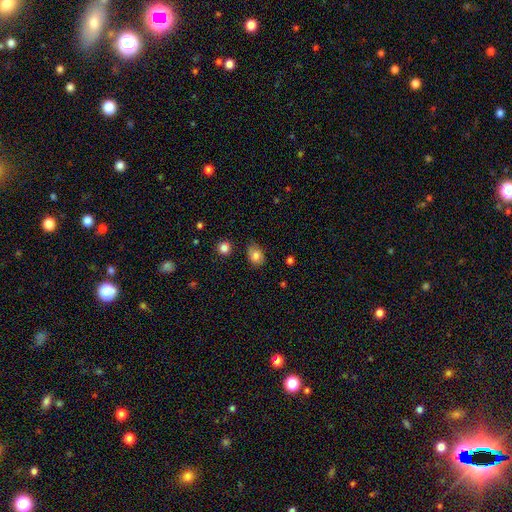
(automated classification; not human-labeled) smooth_or_featured: smooth (p=0.81) [alt: star or artifact p=0.10]
how_rounded: in between (p=0.59) [alt: round p=0.40]
merging: none (p=0.75) [alt: minor disturbance p=0.20]